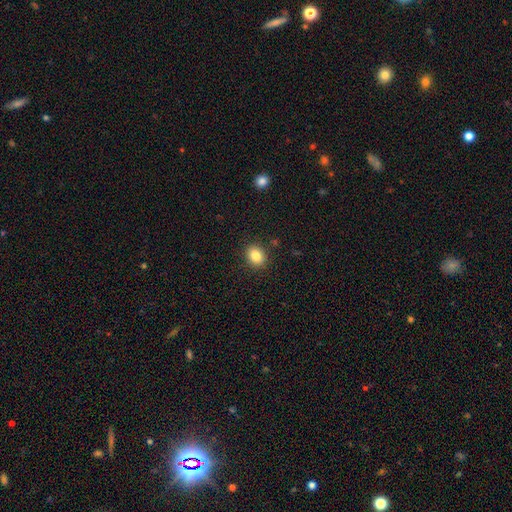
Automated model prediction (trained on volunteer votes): Q: Smooth or featured?
A: smooth (85%); runner-up: star or artifact (10%)
Q: How rounded?
A: in between (51%); runner-up: round (48%)
Q: Merging?
A: none (88%); runner-up: minor disturbance (8%)